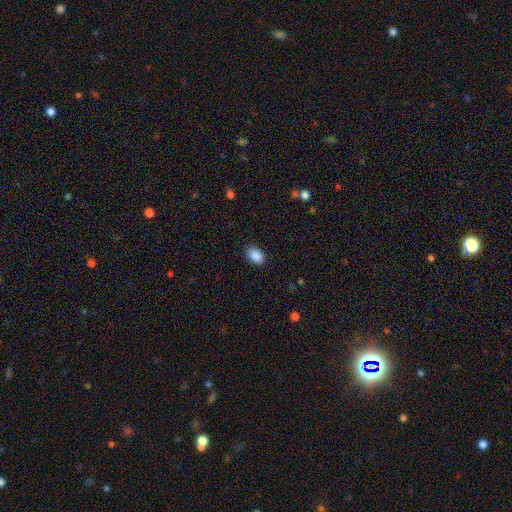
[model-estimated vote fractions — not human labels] This appears to be a smooth galaxy with no disk features (89%) that is in between round and cigar-shaped (85%). Merging: none (86%).